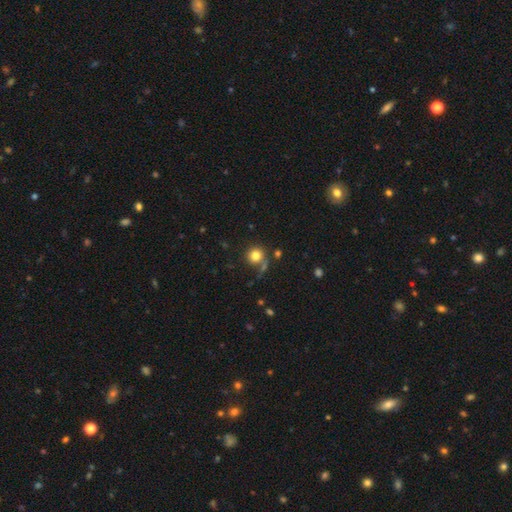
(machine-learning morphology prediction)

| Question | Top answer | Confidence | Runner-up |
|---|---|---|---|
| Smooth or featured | smooth | 79% | star or artifact (11%) |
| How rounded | round | 91% | in between (8%) |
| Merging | none | 67% | minor disturbance (12%) |